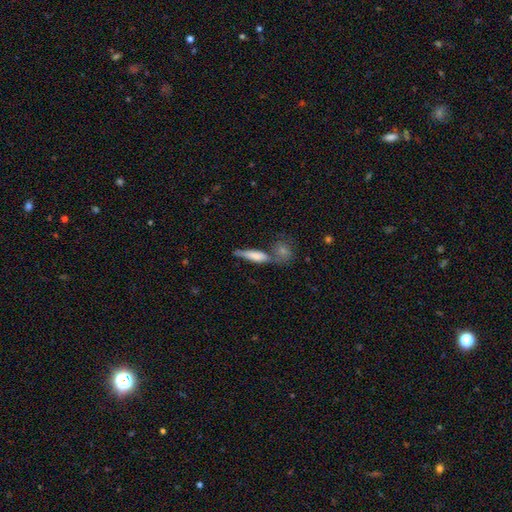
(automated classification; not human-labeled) A smooth galaxy with no disk features (68%) that is cigar-shaped (71%). Merging: none (48%).